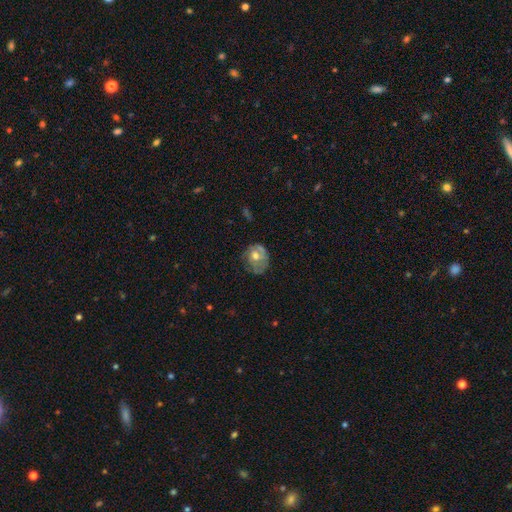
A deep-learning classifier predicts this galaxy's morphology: Smooth or featured? smooth (47%)
Merging? none (47%)